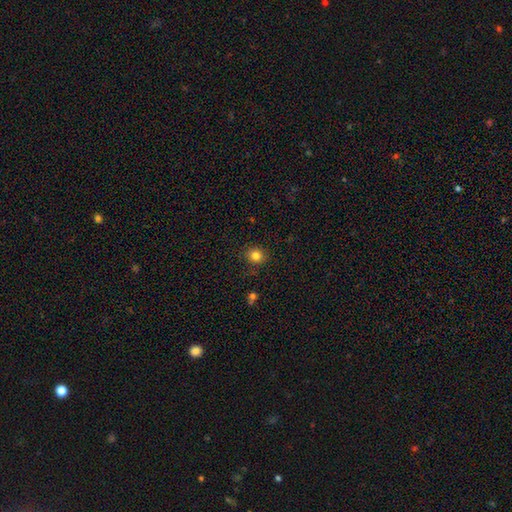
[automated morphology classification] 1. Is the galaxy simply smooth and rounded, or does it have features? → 83% smooth, 12% star or artifact, 6% featured or disk.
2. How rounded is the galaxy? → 75% round, 24% in between, 1% cigar-shaped.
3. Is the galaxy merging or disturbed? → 87% none, 9% minor disturbance, 2% major disturbance, 1% merger.